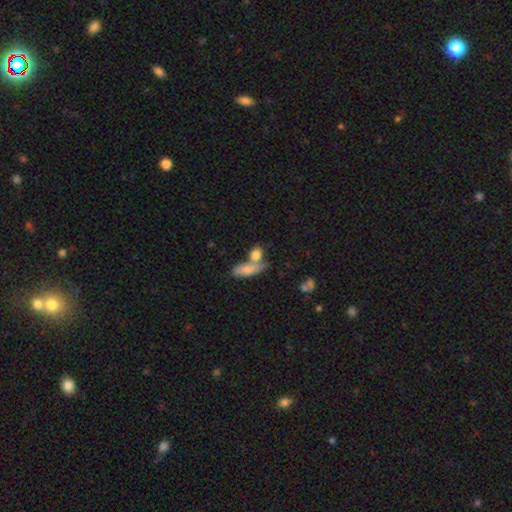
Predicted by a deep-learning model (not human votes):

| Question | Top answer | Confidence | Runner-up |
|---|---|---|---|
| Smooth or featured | smooth | 78% | featured or disk (13%) |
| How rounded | in between | 49% | round (37%) |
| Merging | none | 43% | merger (42%) |